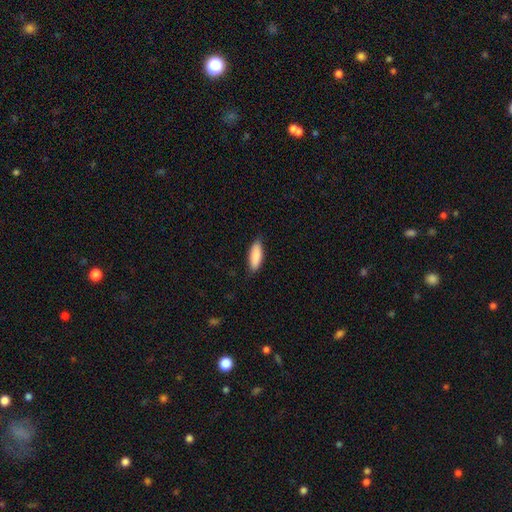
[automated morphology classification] smooth-or-featured: smooth: 88% | featured or disk: 7% | star or artifact: 6%
  how-rounded: in between: 64% | cigar-shaped: 35% | round: 2%
  merging: none: 84% | minor disturbance: 13% | major disturbance: 2% | merger: 1%